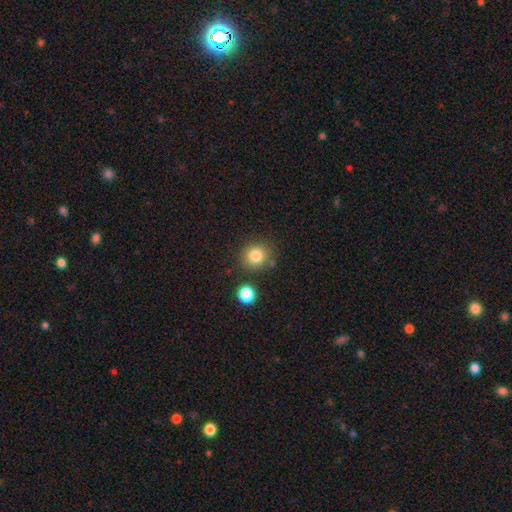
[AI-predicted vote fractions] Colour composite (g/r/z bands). It shows a smooth galaxy with no disk features (82%) that is round (84%). Merging: none (80%).